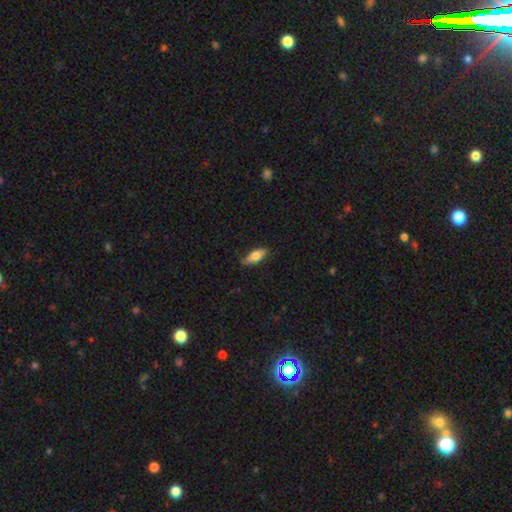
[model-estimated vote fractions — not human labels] This is likely a smooth galaxy (67%). How rounded: likely in between (68%). Merging: clearly none (81%).